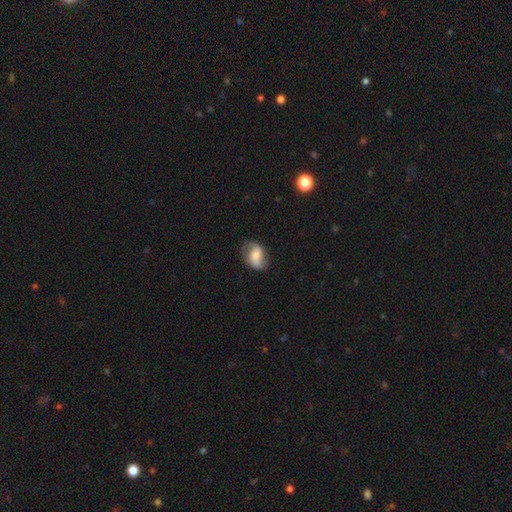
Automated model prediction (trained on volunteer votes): Overall: smooth (52%; featured or disk 40%). How rounded: in between (81%). Merging: none (64%; minor disturbance 25%).